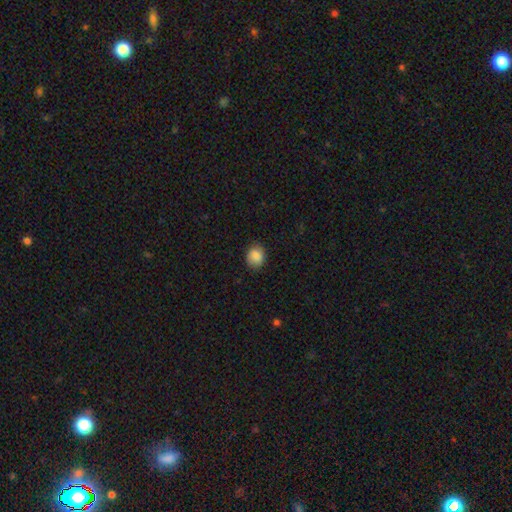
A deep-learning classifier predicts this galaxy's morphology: Overall: smooth (87%). How rounded: round (63%; in between 36%). Merging: none (85%).